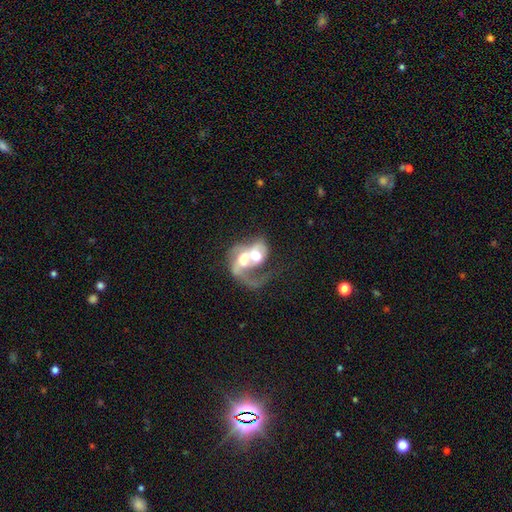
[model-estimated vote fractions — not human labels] smooth_or_featured: featured or disk (p=0.64) [alt: smooth p=0.30]
disk_edge_on: no (p=0.97) [alt: yes p=0.03]
bar: no (p=0.71) [alt: weak p=0.23]
has_spiral_arms: yes (p=0.65) [alt: no p=0.35]
bulge_size: moderate (p=0.53) [alt: large p=0.31]
merging: merger (p=0.78) [alt: major disturbance p=0.12]